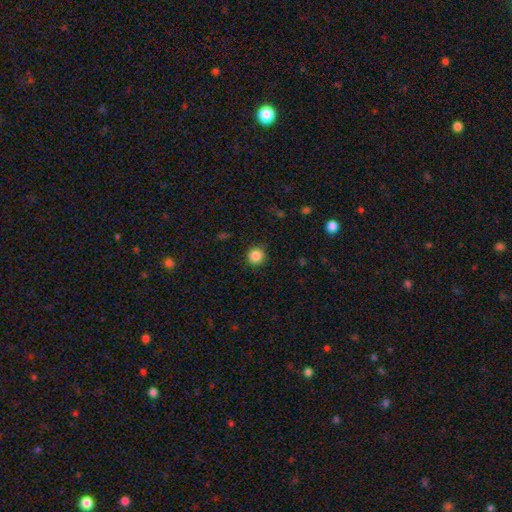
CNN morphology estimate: Smooth or featured: smooth — 86% (star or artifact — 11%)
How rounded: round — 93% (in between — 6%)
Merging: none — 88% (minor disturbance — 8%)